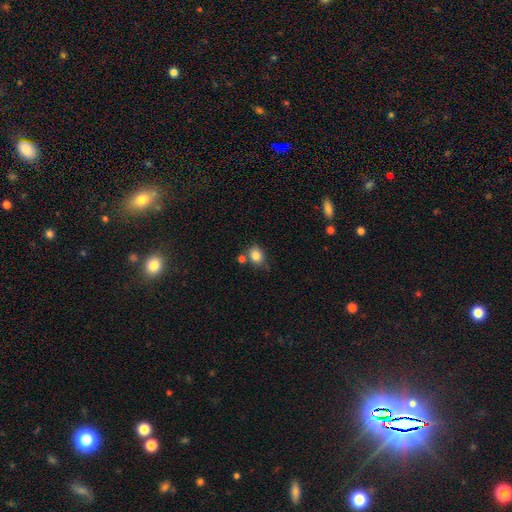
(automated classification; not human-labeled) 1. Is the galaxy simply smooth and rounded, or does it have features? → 82% smooth, 10% star or artifact, 8% featured or disk.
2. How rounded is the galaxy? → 56% round, 43% in between, 1% cigar-shaped.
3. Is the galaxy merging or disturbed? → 60% none, 18% minor disturbance, 17% merger, 5% major disturbance.